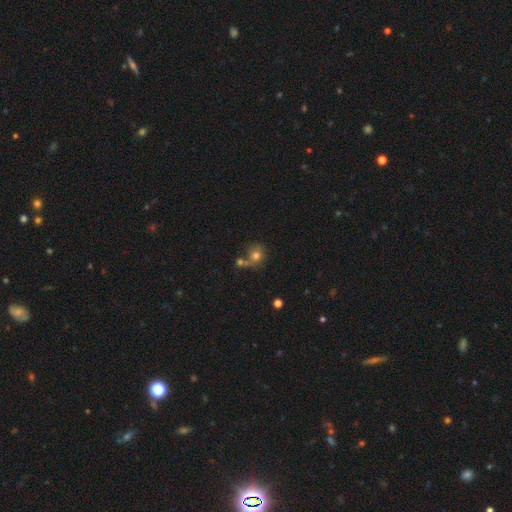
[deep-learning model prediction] Smooth or featured? Predicted: smooth (p=0.74). How rounded? Predicted: round (p=0.76). Merging? Predicted: none (p=0.44).